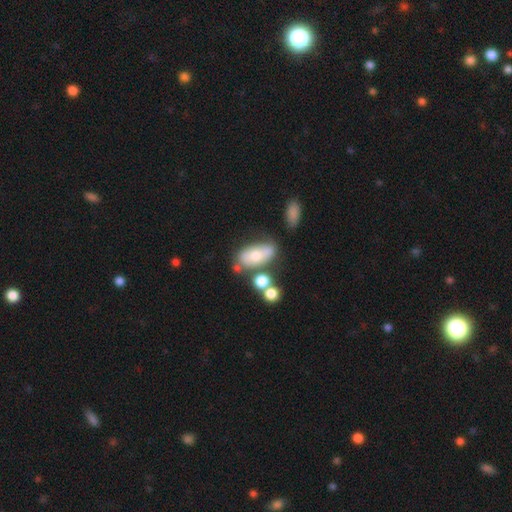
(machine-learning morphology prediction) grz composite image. It shows a smooth galaxy with no disk features (57%) that is in between round and cigar-shaped (85%). Merging: none (47%).